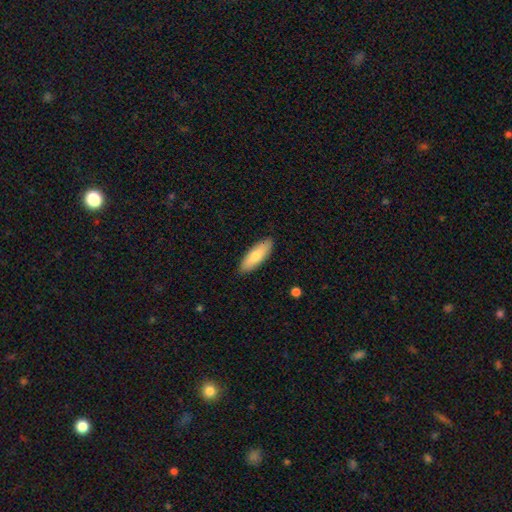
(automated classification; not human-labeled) smooth_or_featured: smooth (p=0.77) [alt: featured or disk p=0.18]
how_rounded: in between (p=0.56) [alt: cigar-shaped p=0.42]
merging: none (p=0.88) [alt: minor disturbance p=0.10]